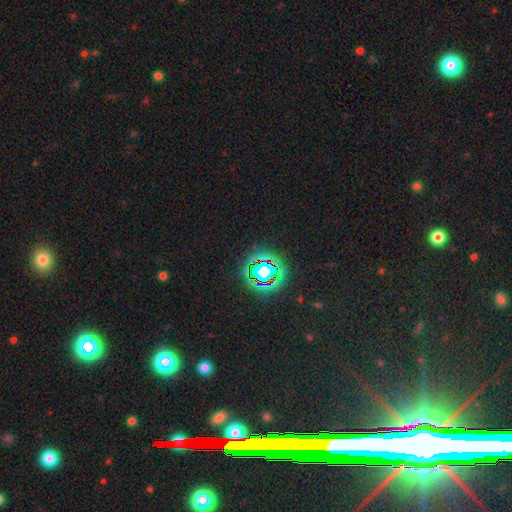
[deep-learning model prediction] smooth-or-featured: star or artifact: 77% | smooth: 12% | featured or disk: 11%